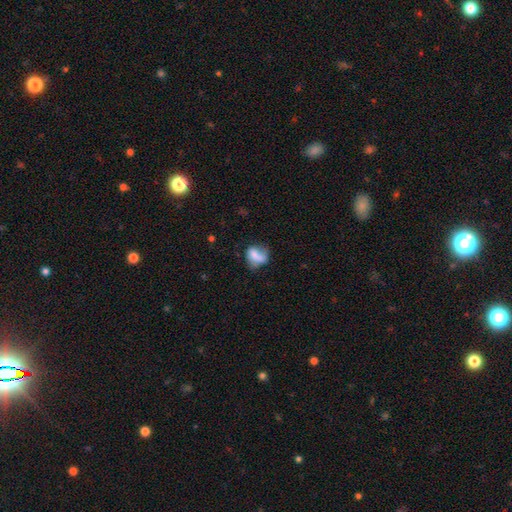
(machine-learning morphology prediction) Overall: smooth (62%; featured or disk 28%). How rounded: in between (57%; round 41%). Merging: none (34%; minor disturbance 27%).